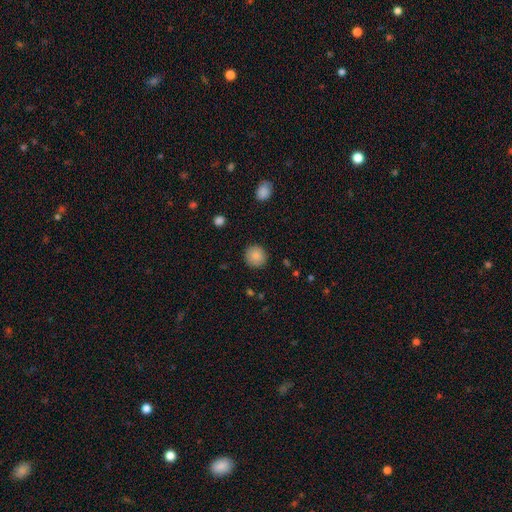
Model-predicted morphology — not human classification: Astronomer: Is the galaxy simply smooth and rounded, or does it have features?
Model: smooth — 87%.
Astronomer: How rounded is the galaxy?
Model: round — 93%.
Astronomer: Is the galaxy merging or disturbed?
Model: none — 90%.